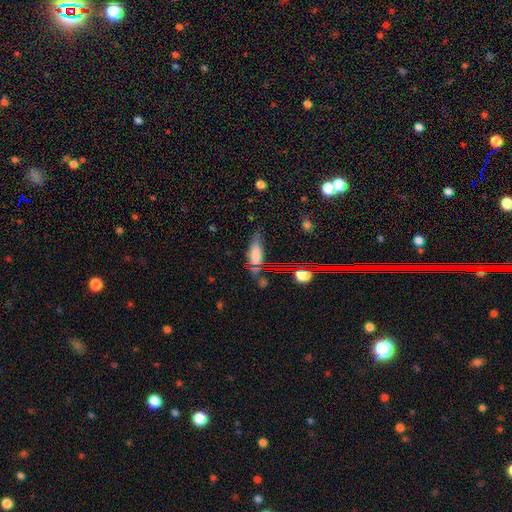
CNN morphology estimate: This is likely a smooth galaxy (65%). How rounded: possibly in between (58%). Merging: likely none (65%).